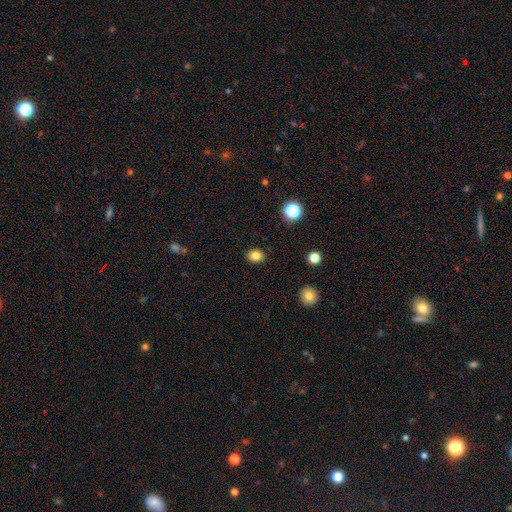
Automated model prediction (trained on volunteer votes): Smooth or featured: smooth — 82% (star or artifact — 11%)
How rounded: in between — 58% (round — 41%)
Merging: none — 88% (minor disturbance — 8%)